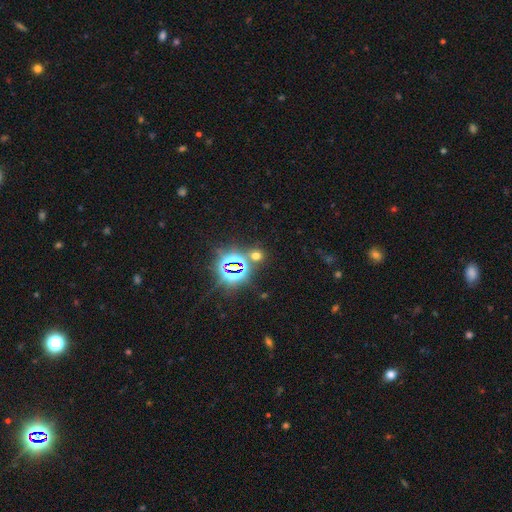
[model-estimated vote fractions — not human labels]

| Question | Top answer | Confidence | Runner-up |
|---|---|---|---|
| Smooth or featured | star or artifact | 53% | smooth (40%) |